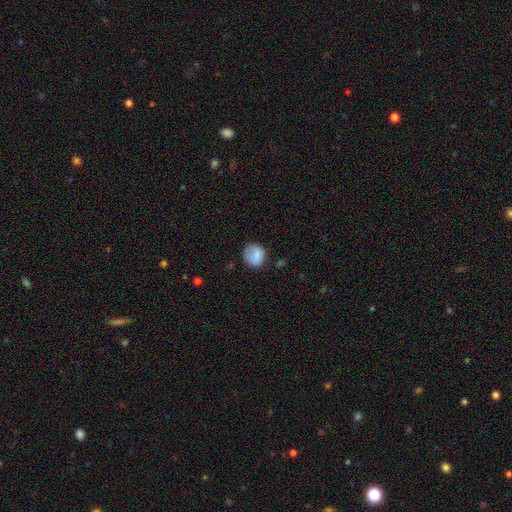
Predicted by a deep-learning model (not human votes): smooth 81%, featured or disk 11%, star or artifact 8%. Down the decision tree: how rounded — round (82%); merging — none (69%).